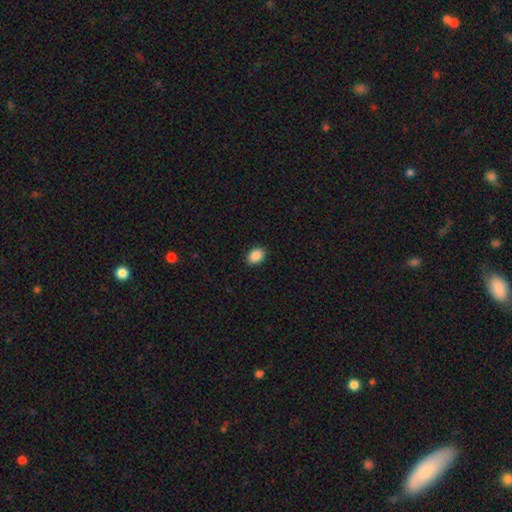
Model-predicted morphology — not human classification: Smooth or featured: smooth — 89% (star or artifact — 8%)
How rounded: in between — 77% (round — 22%)
Merging: none — 91% (minor disturbance — 7%)